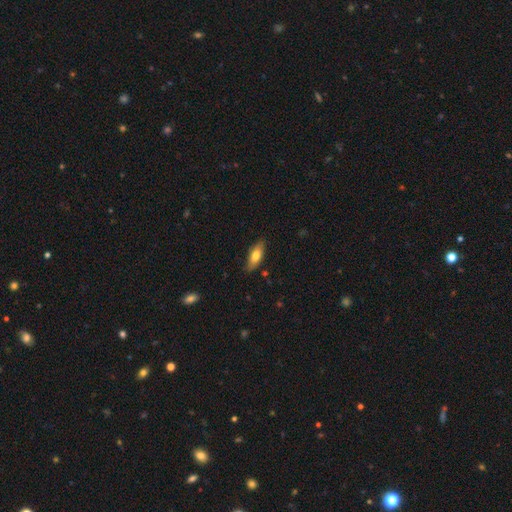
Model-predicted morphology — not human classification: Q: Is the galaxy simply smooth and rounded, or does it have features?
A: smooth — 70%.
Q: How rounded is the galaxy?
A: in between — 69%.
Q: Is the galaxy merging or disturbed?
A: none — 83%.